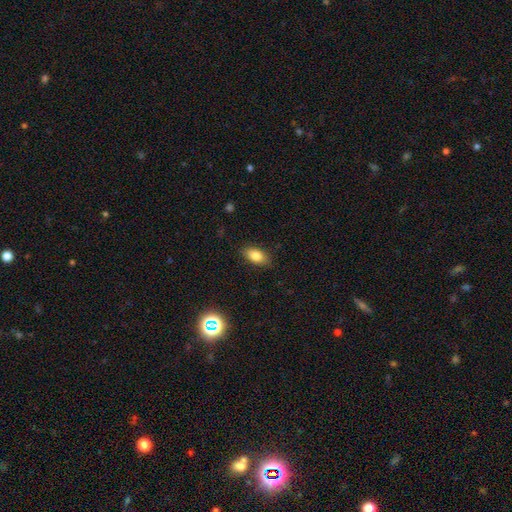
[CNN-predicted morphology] This is clearly a smooth galaxy (82%). How rounded: clearly in between (89%). Merging: clearly none (86%).